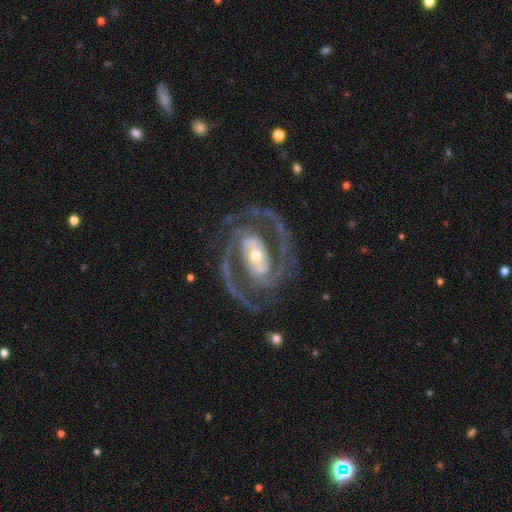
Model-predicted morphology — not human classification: Smooth or featured? featured or disk (93%)
Edge-on disk? no (97%)
Bar? strong (45%)
Spiral arms? yes (98%)
Spiral winding? medium (53%)
Spiral arm count? 2 (91%)
Bulge size? moderate (47%)
Merging? none (80%)